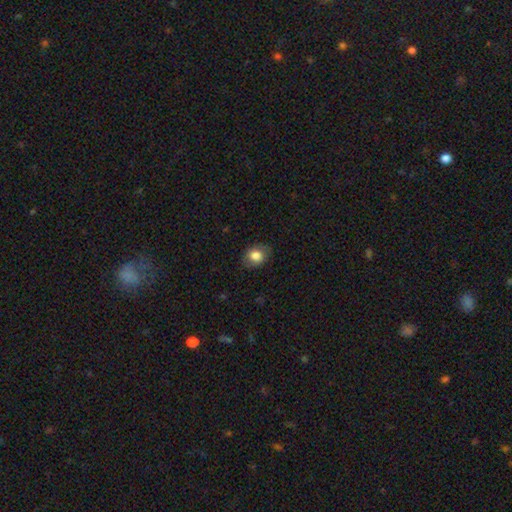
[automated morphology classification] Q: Smooth or featured?
A: smooth (82%); runner-up: featured or disk (9%)
Q: How rounded?
A: in between (54%); runner-up: round (45%)
Q: Merging?
A: none (81%); runner-up: minor disturbance (15%)